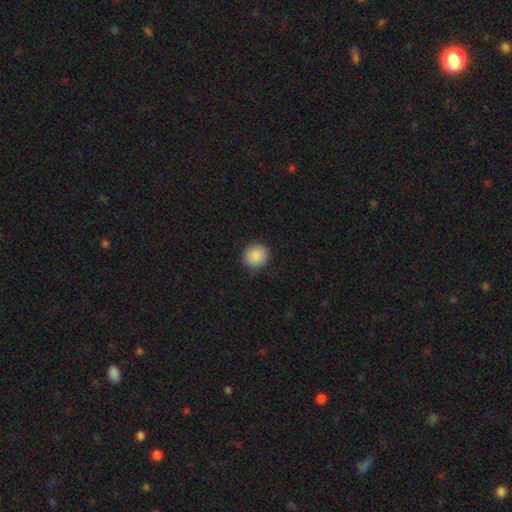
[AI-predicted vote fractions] smooth_or_featured: smooth (p=0.87) [alt: star or artifact p=0.08]
how_rounded: round (p=0.91) [alt: in between p=0.08]
merging: none (p=0.90) [alt: minor disturbance p=0.07]